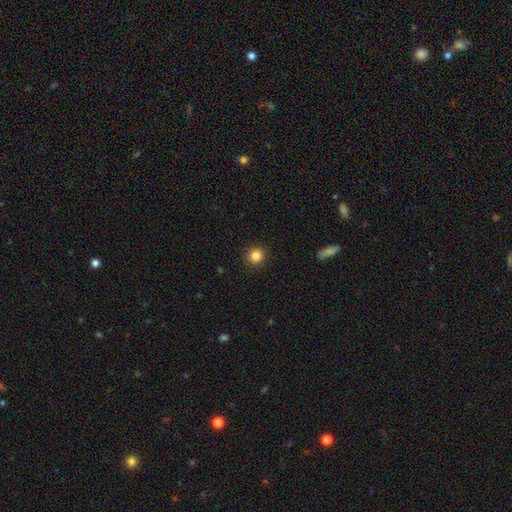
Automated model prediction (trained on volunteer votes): Smooth or featured?
  - smooth: 85% *
  - star or artifact: 11%
  - featured or disk: 4%
How rounded?
  - round: 92% *
  - in between: 7%
  - cigar-shaped: 1%
Merging?
  - none: 92% *
  - minor disturbance: 5%
  - major disturbance: 2%
  - merger: 1%